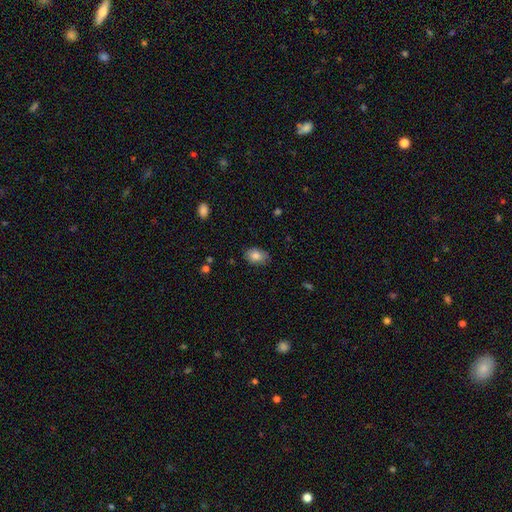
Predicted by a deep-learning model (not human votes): Smooth or featured? smooth (82%)
How rounded? in between (80%)
Merging? none (81%)